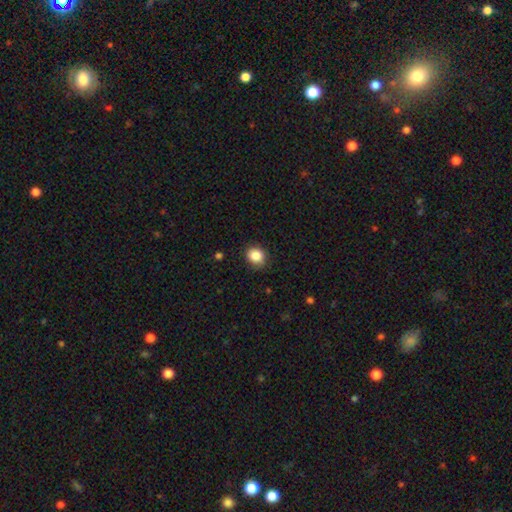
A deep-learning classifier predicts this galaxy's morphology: Smooth or featured: smooth — 86% (star or artifact — 10%)
How rounded: round — 72% (in between — 27%)
Merging: none — 84% (minor disturbance — 12%)